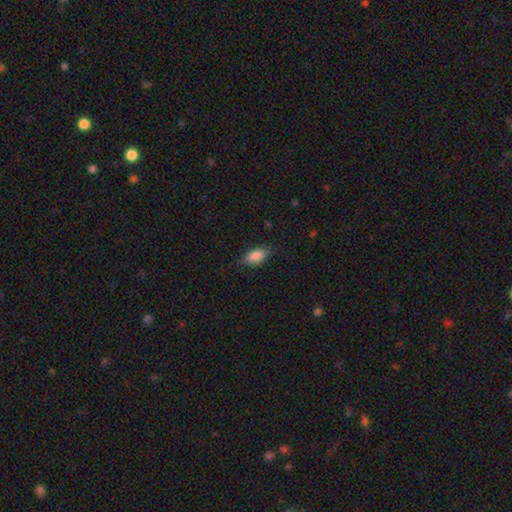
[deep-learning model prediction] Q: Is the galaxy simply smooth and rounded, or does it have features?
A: smooth — 87%.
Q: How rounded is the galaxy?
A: in between — 88%.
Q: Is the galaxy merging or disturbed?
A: none — 79%.